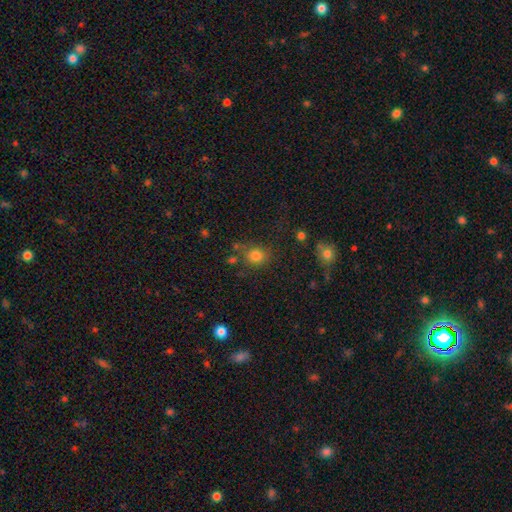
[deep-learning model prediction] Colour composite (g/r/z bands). It shows a smooth galaxy with no disk features (79%) that is round (78%). Merging: none (69%).